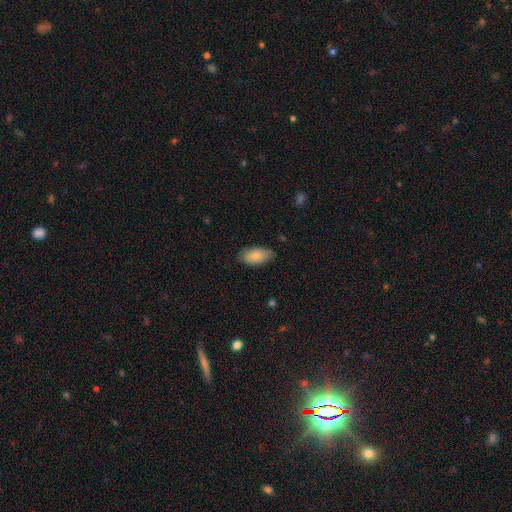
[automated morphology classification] The model was most divided on "merging": none: 78%, minor disturbance: 18%, major disturbance: 3%, merger: 1%. More confident: how rounded — in between (93%); smooth or featured — smooth (84%).